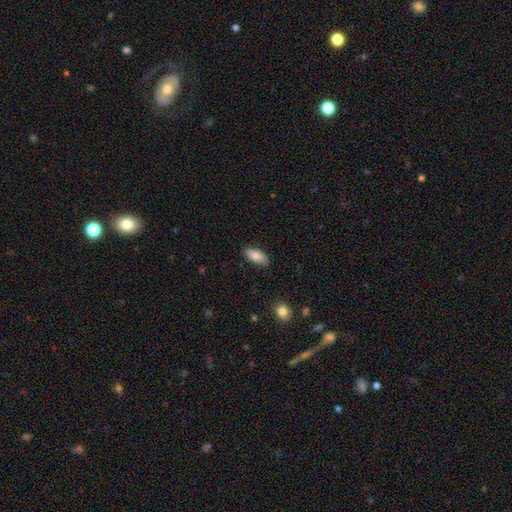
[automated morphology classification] Smooth or featured?
  - smooth: 85% *
  - featured or disk: 8%
  - star or artifact: 6%
How rounded?
  - in between: 86% *
  - cigar-shaped: 12%
  - round: 2%
Merging?
  - none: 85% *
  - minor disturbance: 12%
  - major disturbance: 2%
  - merger: 1%